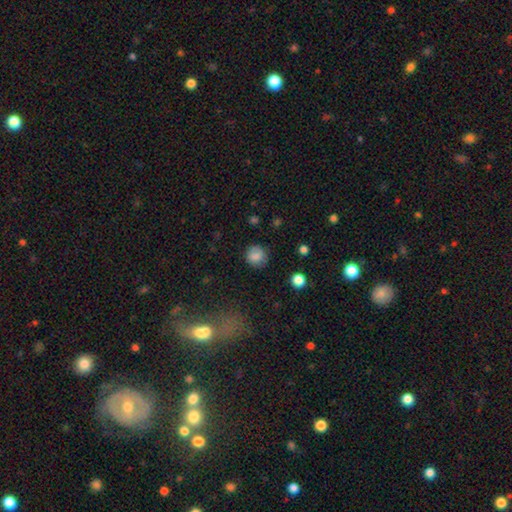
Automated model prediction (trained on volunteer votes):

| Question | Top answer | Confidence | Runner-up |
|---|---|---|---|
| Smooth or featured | smooth | 80% | star or artifact (10%) |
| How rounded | round | 85% | in between (14%) |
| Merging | none | 78% | minor disturbance (16%) |